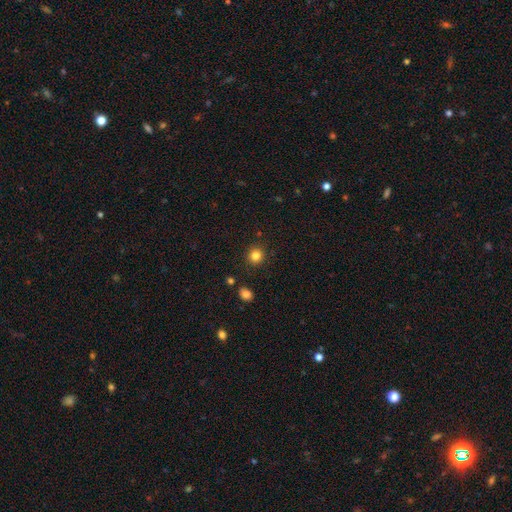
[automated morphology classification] Smooth or featured? Predicted: smooth (p=0.83). How rounded? Predicted: round (p=0.91). Merging? Predicted: none (p=0.90).